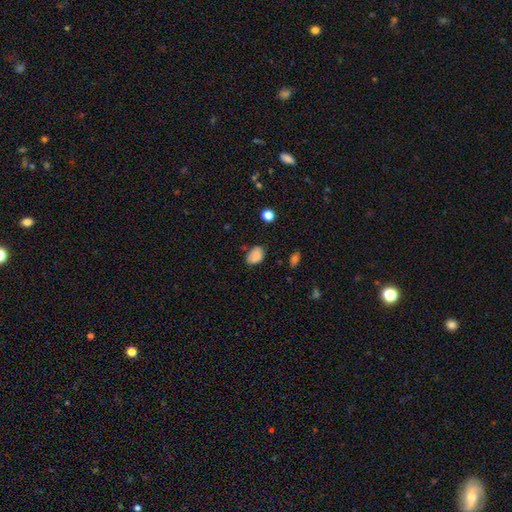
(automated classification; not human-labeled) smooth_or_featured: smooth (p=0.82) [alt: star or artifact p=0.10]
how_rounded: in between (p=0.80) [alt: round p=0.19]
merging: none (p=0.66) [alt: minor disturbance p=0.26]